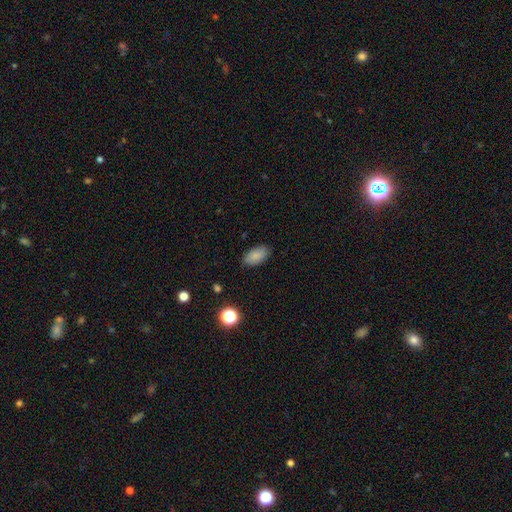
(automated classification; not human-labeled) Smooth or featured?
  - smooth: 84% *
  - star or artifact: 8%
  - featured or disk: 7%
How rounded?
  - in between: 93% *
  - round: 4%
  - cigar-shaped: 3%
Merging?
  - none: 83% *
  - minor disturbance: 13%
  - major disturbance: 3%
  - merger: 1%